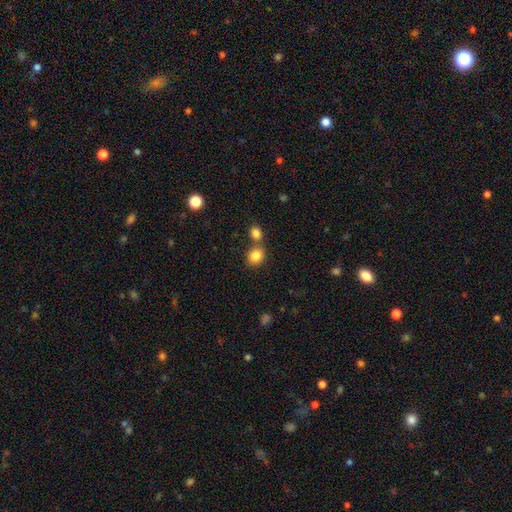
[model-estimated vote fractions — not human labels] Smooth or featured? smooth (84%)
How rounded? round (63%)
Merging? none (62%)